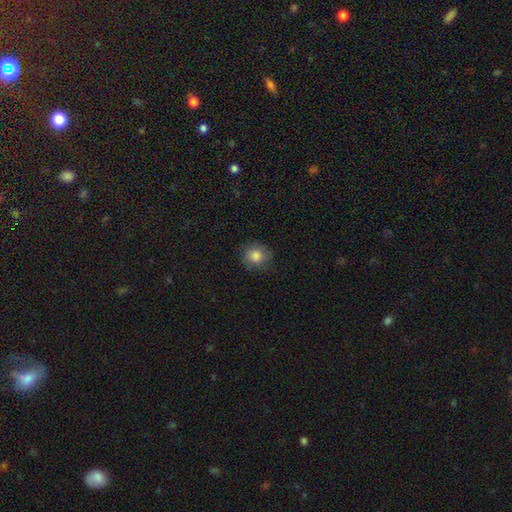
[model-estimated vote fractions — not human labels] A smooth galaxy with no disk features (84%) that is round (83%). Merging: none (82%).